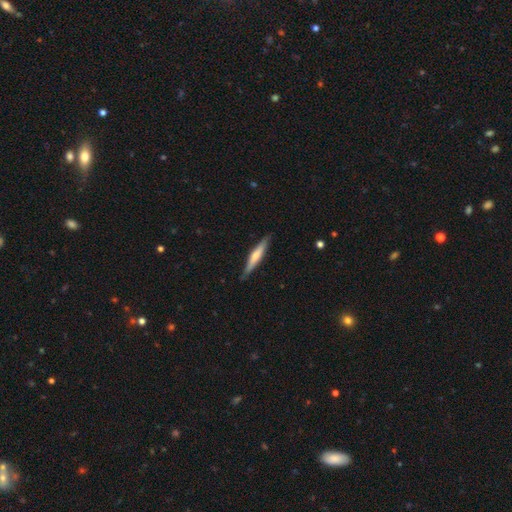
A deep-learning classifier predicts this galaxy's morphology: Smooth or featured? Predicted: featured or disk (p=0.48). Merging? Predicted: none (p=0.86).